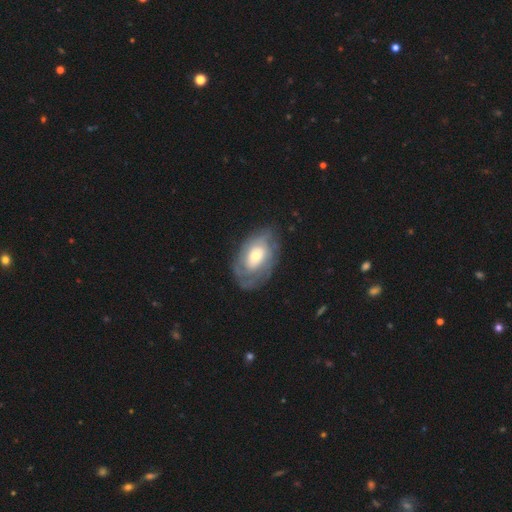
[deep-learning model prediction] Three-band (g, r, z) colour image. It shows a featured or disk galaxy (68%) with no bar (70%), tight (62%) spiral arms (78%) and a moderate central bulge (54%). Merging: none (70%).